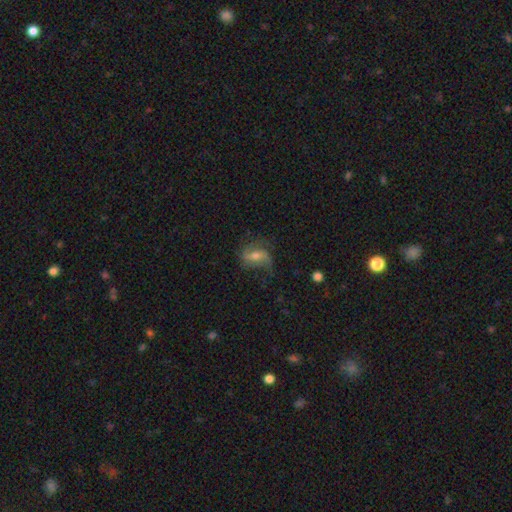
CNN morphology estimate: Smooth or featured? Predicted: featured or disk (p=0.63). Edge-on disk? Predicted: no (p=0.96). Bar? Predicted: weak (p=0.45). Spiral arms? Predicted: yes (p=0.86). Spiral winding? Predicted: loose (p=0.49). Spiral arm count? Predicted: 2 (p=0.69). Bulge size? Predicted: moderate (p=0.59). Merging? Predicted: none (p=0.54).